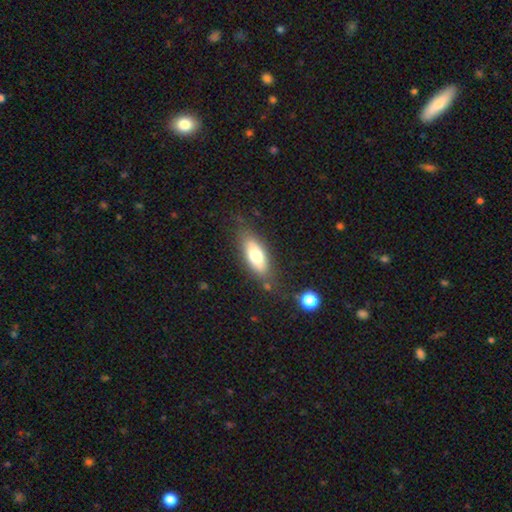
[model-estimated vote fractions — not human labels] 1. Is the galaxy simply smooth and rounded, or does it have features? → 67% smooth, 26% featured or disk, 7% star or artifact.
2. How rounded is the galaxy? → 76% in between, 21% cigar-shaped, 3% round.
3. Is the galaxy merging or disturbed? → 74% none, 17% minor disturbance, 5% major disturbance, 4% merger.